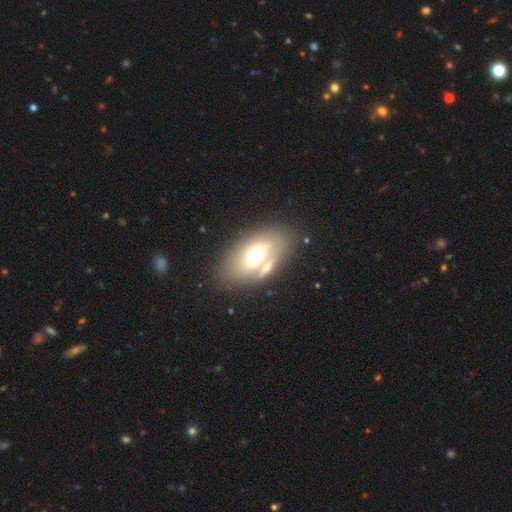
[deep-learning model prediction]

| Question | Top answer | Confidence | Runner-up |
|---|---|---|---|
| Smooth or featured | smooth | 55% | featured or disk (35%) |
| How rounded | in between | 88% | round (9%) |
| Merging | none | 59% | merger (20%) |